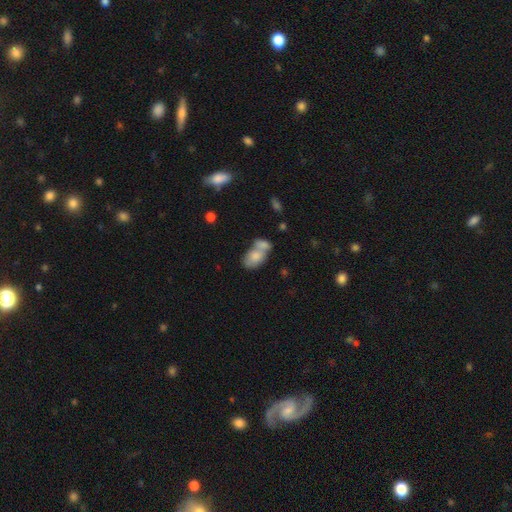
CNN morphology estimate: Q: Smooth or featured?
A: smooth (75%); runner-up: featured or disk (18%)
Q: How rounded?
A: in between (87%); runner-up: round (11%)
Q: Merging?
A: merger (59%); runner-up: none (24%)